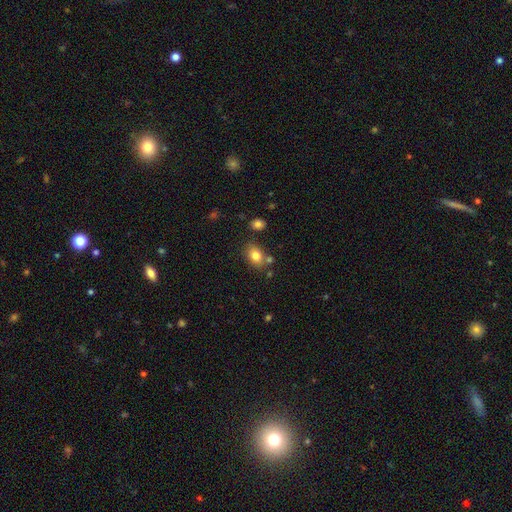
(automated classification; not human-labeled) Smooth or featured?
  - smooth: 81% *
  - featured or disk: 10%
  - star or artifact: 9%
How rounded?
  - in between: 74% *
  - round: 25%
  - cigar-shaped: 1%
Merging?
  - none: 71% *
  - minor disturbance: 14%
  - merger: 11%
  - major disturbance: 4%